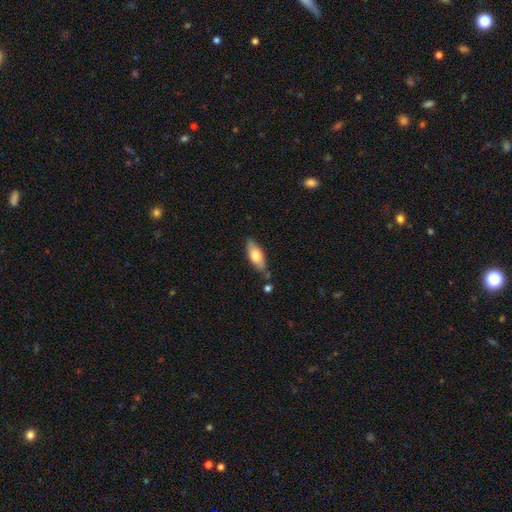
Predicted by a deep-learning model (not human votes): smooth 66%, featured or disk 28%, star or artifact 6%. Down the decision tree: how rounded — in between (70%); merging — none (73%).